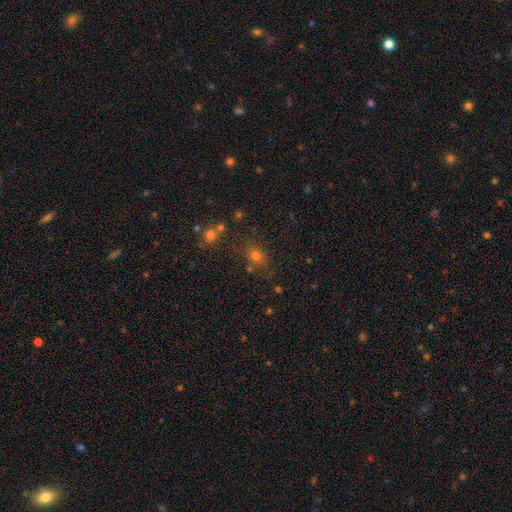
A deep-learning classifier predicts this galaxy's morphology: Overall: smooth (67%). How rounded: round (54%; in between 44%). Merging: none (74%).